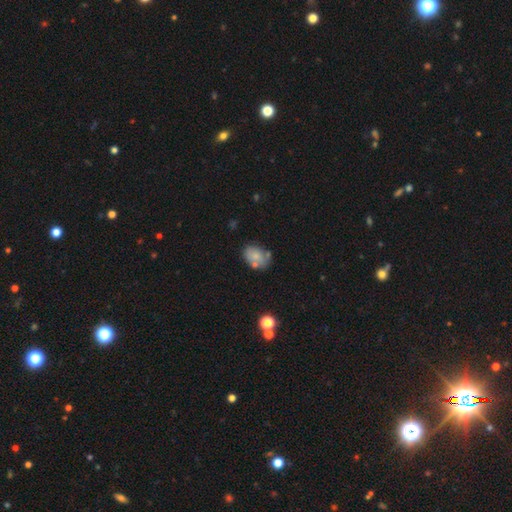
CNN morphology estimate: smooth-or-featured: smooth: 71% | featured or disk: 20% | star or artifact: 9%
  how-rounded: in between: 77% | round: 22% | cigar-shaped: 1%
  merging: none: 53% | minor disturbance: 23% | merger: 16% | major disturbance: 8%